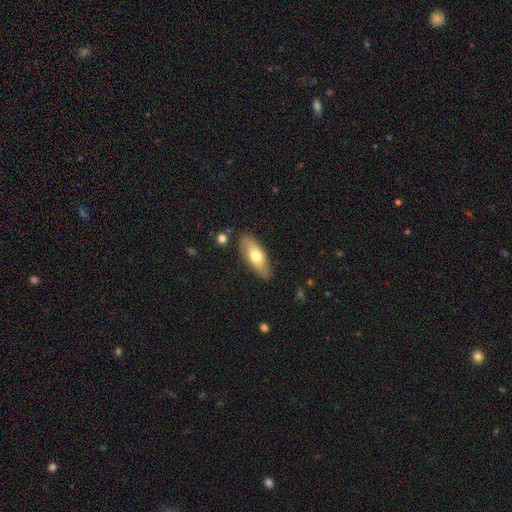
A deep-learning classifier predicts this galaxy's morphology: The model was most divided on "smooth or featured": smooth: 63%, featured or disk: 31%, star or artifact: 6%. More confident: merging — none (83%); how rounded — in between (70%).